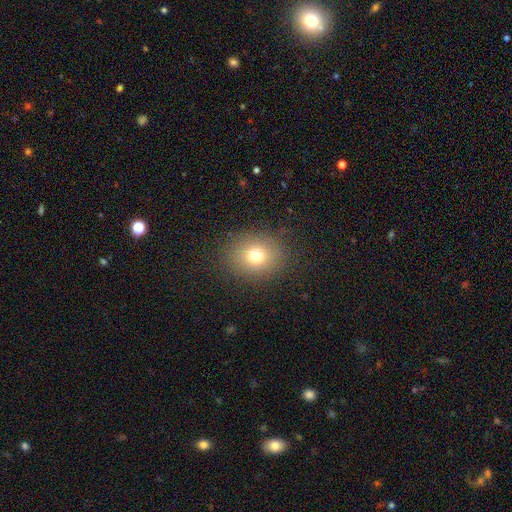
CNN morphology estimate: smooth-or-featured: smooth: 74% | star or artifact: 15% | featured or disk: 11%
  how-rounded: round: 69% | in between: 30% | cigar-shaped: 1%
  merging: none: 86% | minor disturbance: 9% | major disturbance: 4% | merger: 1%